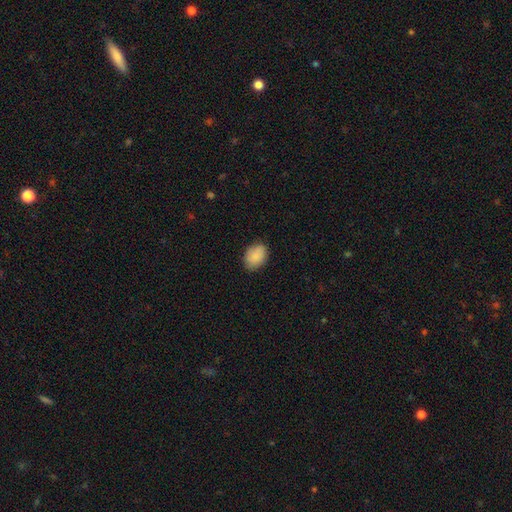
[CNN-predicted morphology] Smooth or featured? Predicted: smooth (p=0.88). How rounded? Predicted: in between (p=0.72). Merging? Predicted: none (p=0.82).